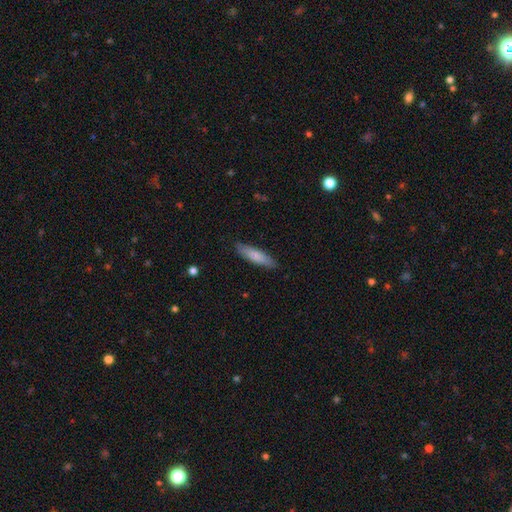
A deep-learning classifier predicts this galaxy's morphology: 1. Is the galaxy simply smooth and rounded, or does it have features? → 75% smooth, 19% featured or disk, 5% star or artifact.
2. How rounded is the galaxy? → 70% cigar-shaped, 28% in between, 1% round.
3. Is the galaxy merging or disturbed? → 86% none, 11% minor disturbance, 2% major disturbance, 1% merger.